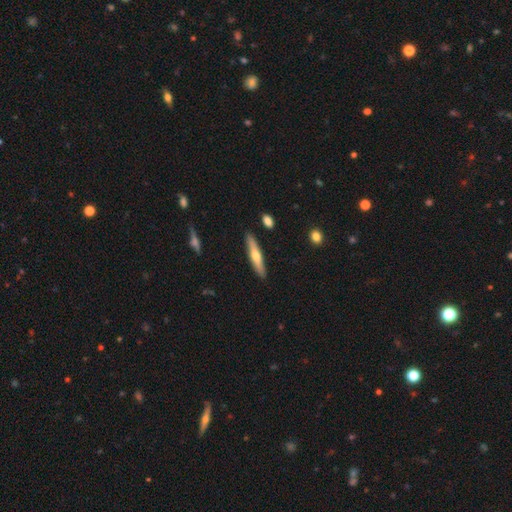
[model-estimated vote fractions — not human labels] A smooth galaxy with no disk features (49%). Merging: none (89%).